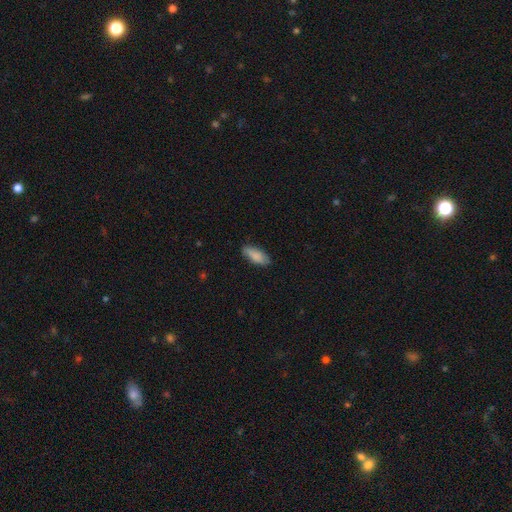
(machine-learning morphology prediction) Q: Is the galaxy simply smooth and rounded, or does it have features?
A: smooth — 84%.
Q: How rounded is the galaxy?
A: in between — 78%.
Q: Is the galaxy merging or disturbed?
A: none — 77%.